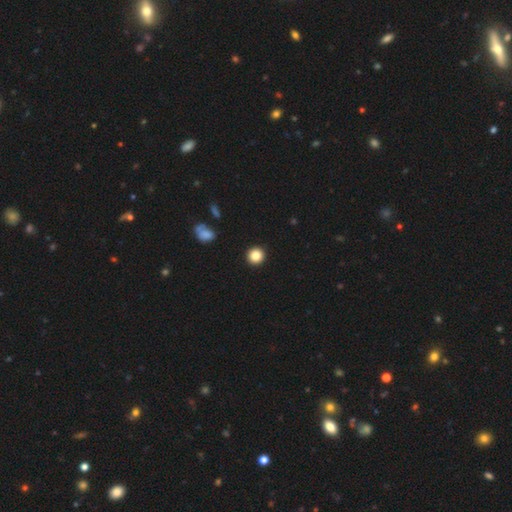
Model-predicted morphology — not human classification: Smooth or featured: smooth — 85% (star or artifact — 10%)
How rounded: round — 95% (in between — 4%)
Merging: none — 93% (minor disturbance — 4%)